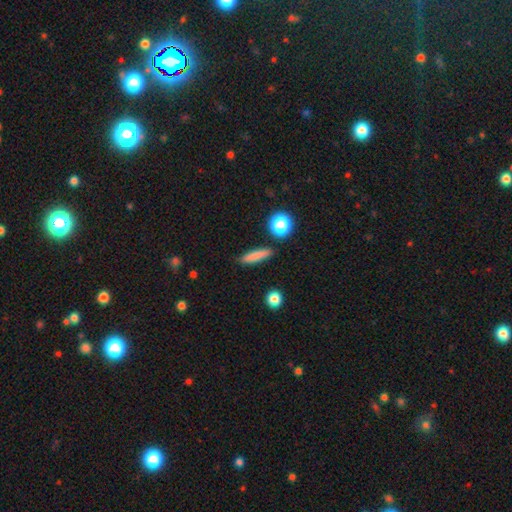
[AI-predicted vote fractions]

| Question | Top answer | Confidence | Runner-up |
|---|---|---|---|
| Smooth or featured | smooth | 80% | featured or disk (11%) |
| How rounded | cigar-shaped | 82% | in between (14%) |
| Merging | none | 87% | minor disturbance (8%) |